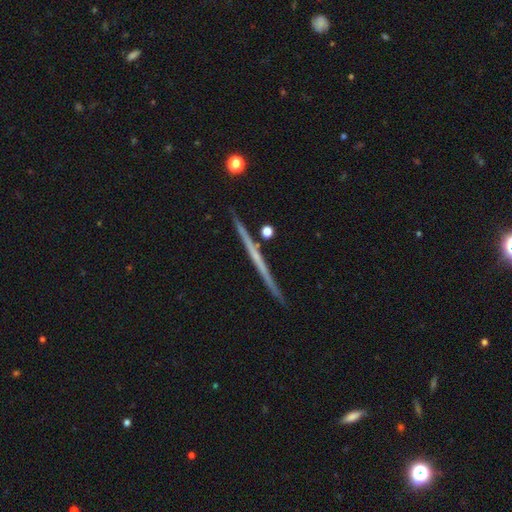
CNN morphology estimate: A featured or disk galaxy (69%) viewed edge-on (98%) with no central bulge (84%). Merging: none (91%).